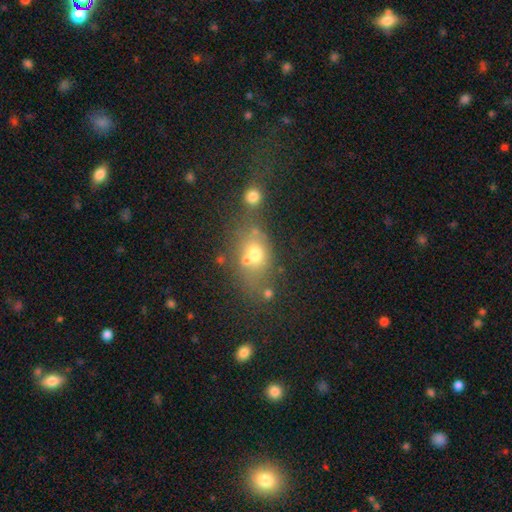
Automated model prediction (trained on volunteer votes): Morphology: type=smooth (64%); roundness=in between (59%); merging=none (49%).